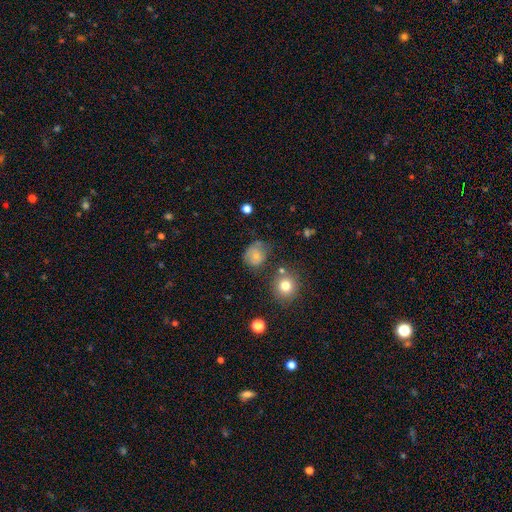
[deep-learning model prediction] smooth_or_featured: smooth (p=0.69) [alt: featured or disk p=0.18]
how_rounded: round (p=0.70) [alt: in between p=0.29]
merging: none (p=0.50) [alt: minor disturbance p=0.30]